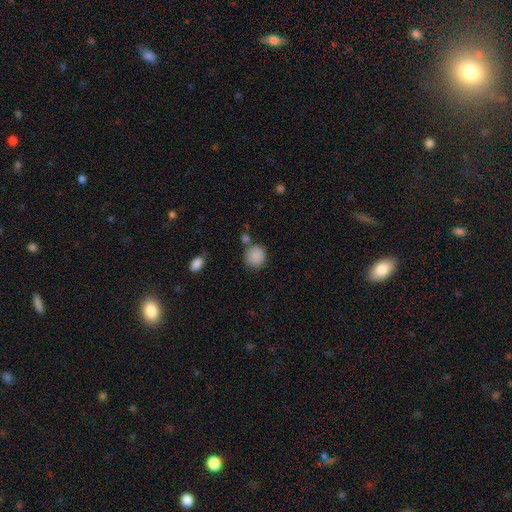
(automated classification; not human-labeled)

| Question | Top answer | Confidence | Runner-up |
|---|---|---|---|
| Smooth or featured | smooth | 88% | star or artifact (8%) |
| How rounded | round | 89% | in between (10%) |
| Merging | none | 73% | minor disturbance (12%) |